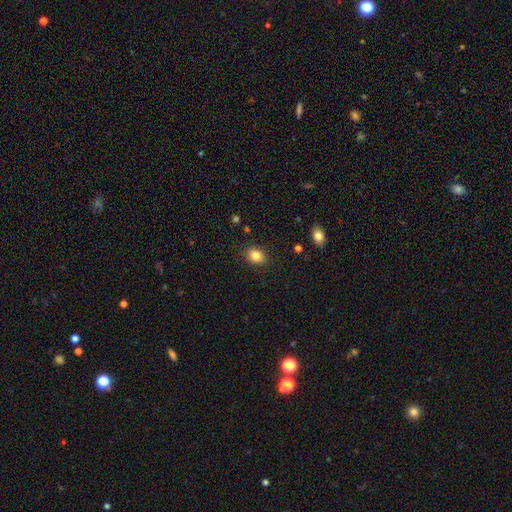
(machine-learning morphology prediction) type=smooth (83%); roundness=in between (50%); merging=none (88%).